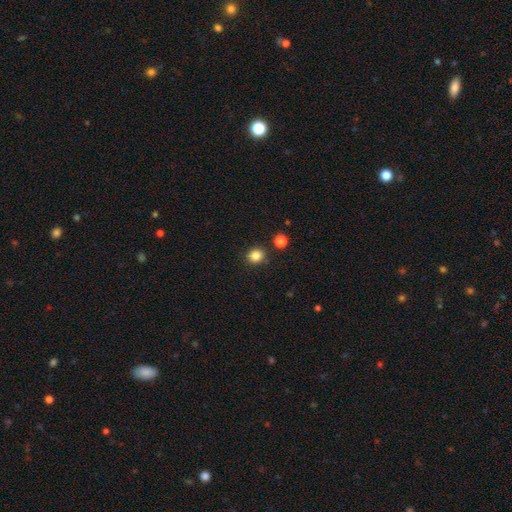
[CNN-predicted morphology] This is clearly a smooth galaxy (84%). How rounded: clearly round (84%). Merging: clearly none (87%).